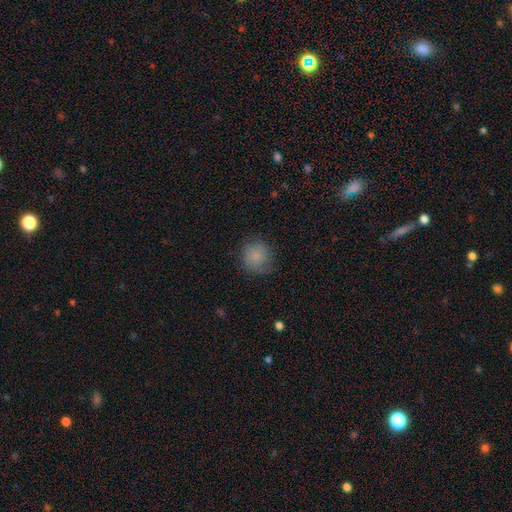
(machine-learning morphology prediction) This is clearly a smooth galaxy (82%). How rounded: clearly round (86%). Merging: likely none (71%).